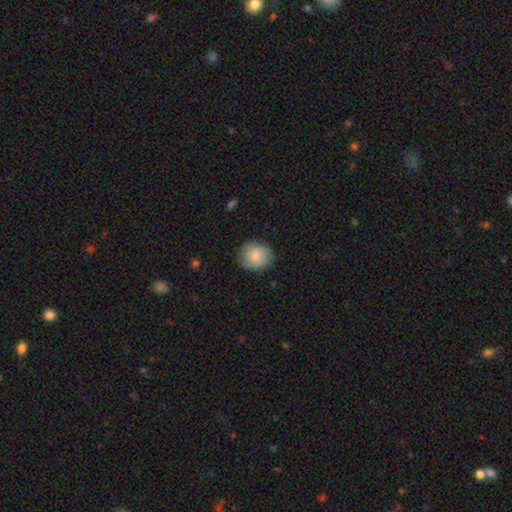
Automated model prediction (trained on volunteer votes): Smooth or featured?
  - smooth: 81% *
  - featured or disk: 13%
  - star or artifact: 6%
How rounded?
  - round: 83% *
  - in between: 16%
  - cigar-shaped: 1%
Merging?
  - none: 82% *
  - minor disturbance: 14%
  - major disturbance: 3%
  - merger: 1%